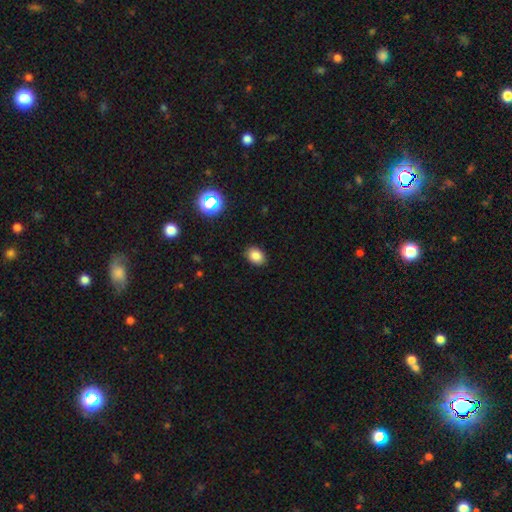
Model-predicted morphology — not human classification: This is clearly a smooth galaxy (84%). How rounded: likely in between (70%). Merging: clearly none (89%).